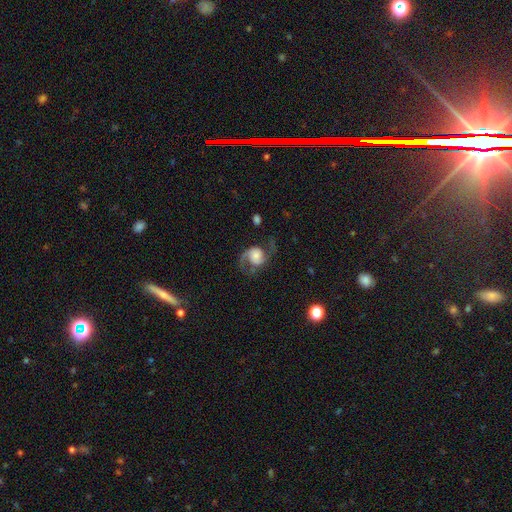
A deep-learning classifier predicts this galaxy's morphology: A featured or disk galaxy (81%) with no bar (70%), 2 (90%) loose (47%) spiral arms (96%) and a large central bulge (29%).

Vote fractions:
- Smooth or featured? featured or disk: 81% / smooth: 12% / star or artifact: 7%
- Edge-on disk? no: 98% / yes: 2%
- Bar? no: 70% / weak: 24% / strong: 6%
- Spiral arms? yes: 96% / no: 4%
- Spiral winding? loose: 47% / medium: 43% / tight: 10%
- Spiral arm count? 2: 90% / 1: 5% / can't tell: 2% / 3: 1% / 4: 1% / more than 4: 1%
- Bulge size? large: 29% / moderate: 27% / small: 23% / none: 11% / dominant: 10%
- Merging? none: 67% / minor disturbance: 16% / major disturbance: 15% / merger: 2%